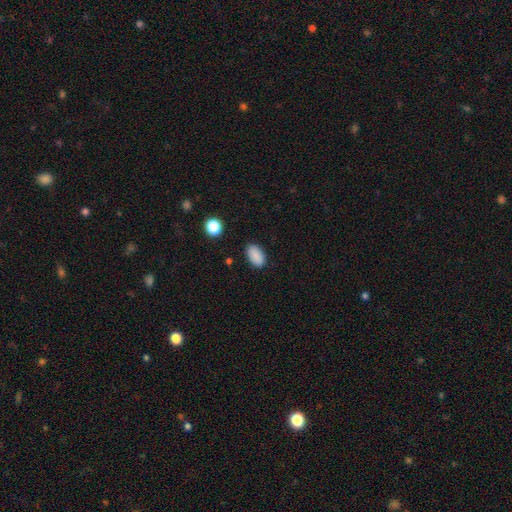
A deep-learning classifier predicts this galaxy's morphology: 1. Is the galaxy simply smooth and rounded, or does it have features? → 89% smooth, 8% star or artifact, 3% featured or disk.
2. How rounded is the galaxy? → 92% in between, 6% round, 2% cigar-shaped.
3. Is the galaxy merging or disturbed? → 86% none, 10% minor disturbance, 2% major disturbance, 1% merger.